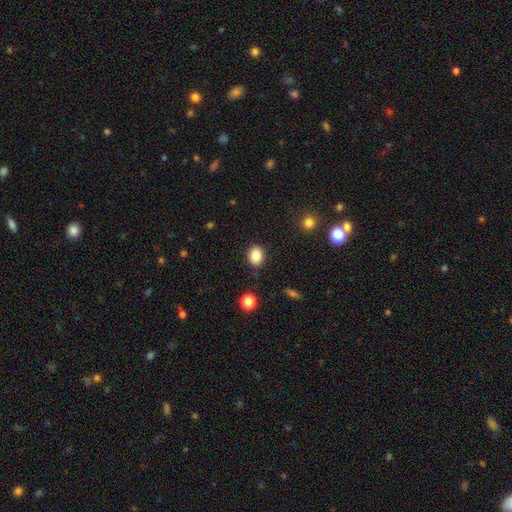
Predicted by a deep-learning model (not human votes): Smooth or featured? Predicted: smooth (p=0.86). How rounded? Predicted: in between (p=0.54). Merging? Predicted: none (p=0.86).